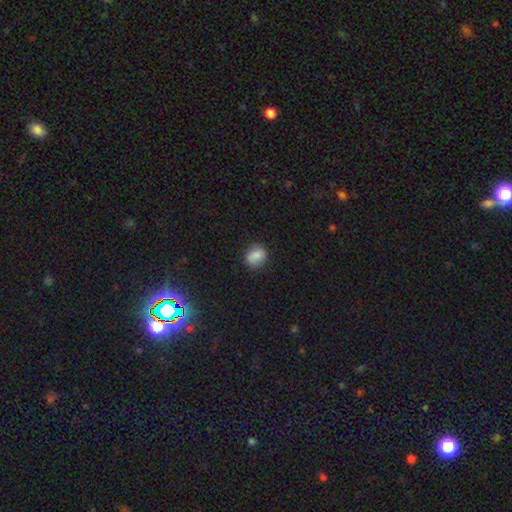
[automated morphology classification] A smooth galaxy with no disk features (83%) that is round (51%).

Vote fractions:
- Smooth or featured? smooth: 83% / star or artifact: 9% / featured or disk: 8%
- How rounded? round: 51% / in between: 47% / cigar-shaped: 2%
- Merging? none: 79% / minor disturbance: 16% / major disturbance: 4% / merger: 2%